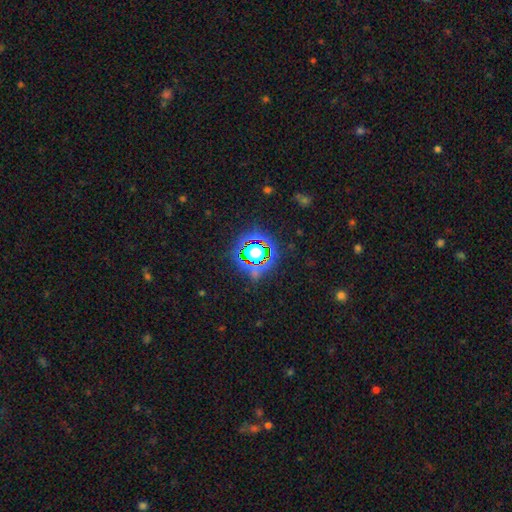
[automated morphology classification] Overall: star or artifact (78%).